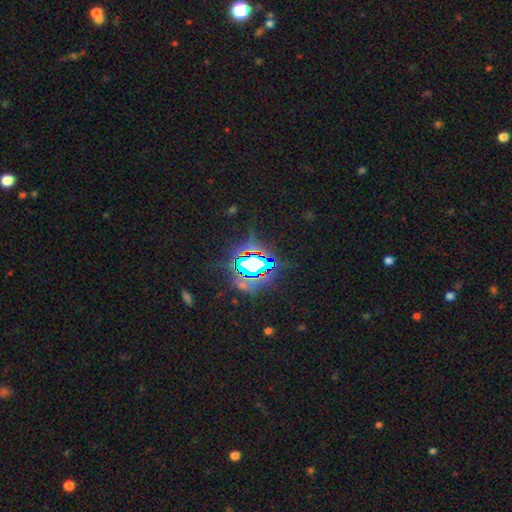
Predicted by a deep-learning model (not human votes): Overall: star or artifact (80%).